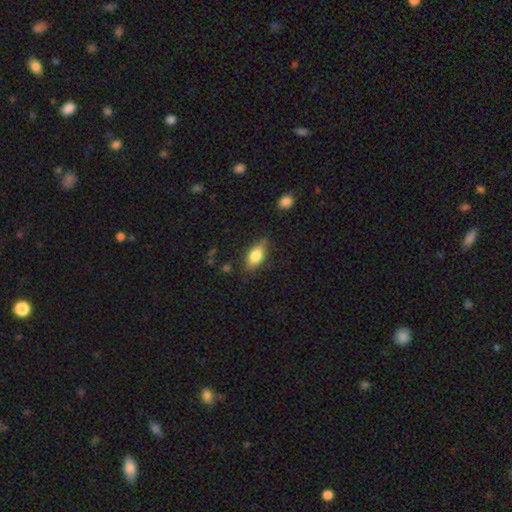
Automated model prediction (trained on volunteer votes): Overall: smooth (74%). How rounded: in between (82%). Merging: none (74%).